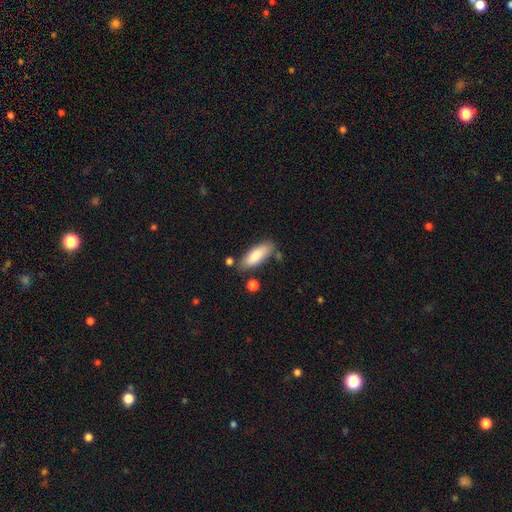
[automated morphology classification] Smooth or featured: smooth — 82% (featured or disk — 12%)
How rounded: in between — 66% (cigar-shaped — 32%)
Merging: none — 76% (minor disturbance — 15%)